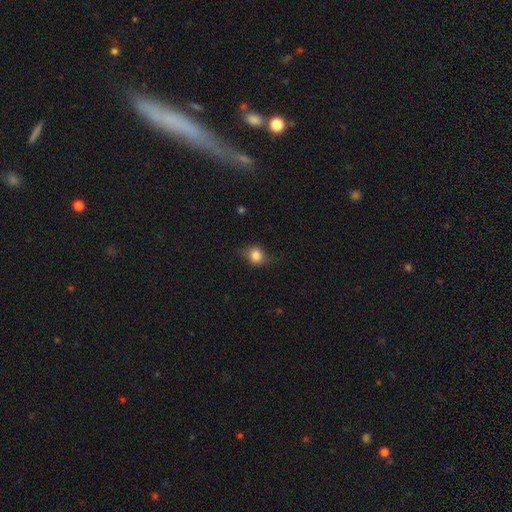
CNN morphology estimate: Smooth or featured?
  - smooth: 80% *
  - star or artifact: 10%
  - featured or disk: 9%
How rounded?
  - round: 68% *
  - in between: 31%
  - cigar-shaped: 1%
Merging?
  - none: 71% *
  - minor disturbance: 21%
  - major disturbance: 6%
  - merger: 1%